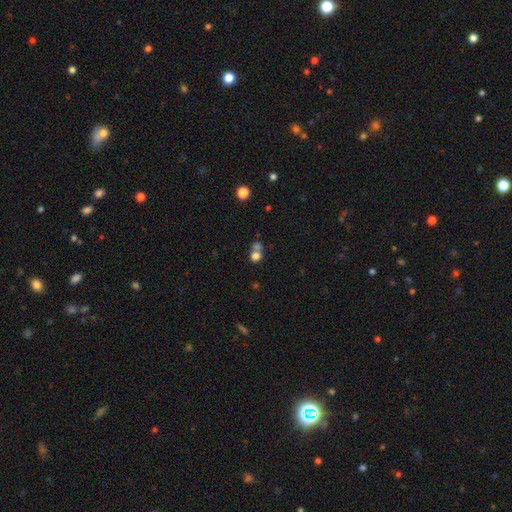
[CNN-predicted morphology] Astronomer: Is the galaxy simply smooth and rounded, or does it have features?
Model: smooth — 75%.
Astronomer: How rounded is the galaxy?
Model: round — 76%.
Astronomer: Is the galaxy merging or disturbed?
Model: merger — 51% (runner-up: none, 36%).